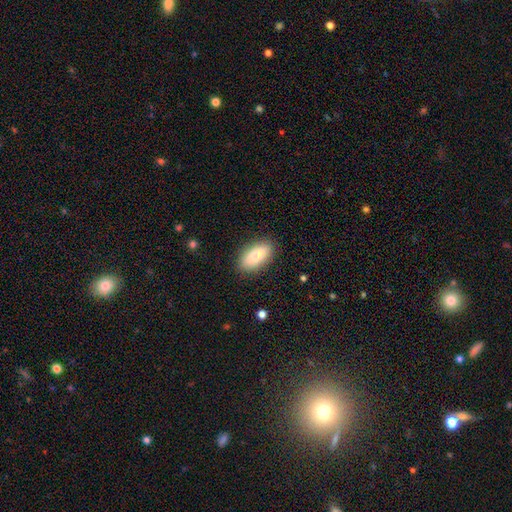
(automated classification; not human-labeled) Smooth or featured? smooth (82%)
How rounded? in between (89%)
Merging? none (87%)